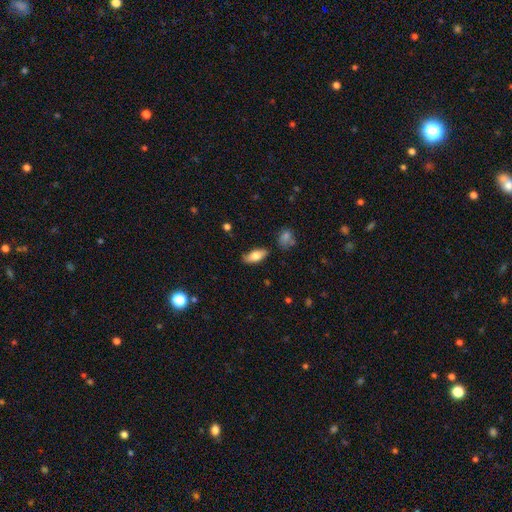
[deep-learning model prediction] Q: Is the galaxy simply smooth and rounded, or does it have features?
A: smooth — 72%.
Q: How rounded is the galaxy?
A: in between — 80%.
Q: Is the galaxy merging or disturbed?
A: none — 82%.